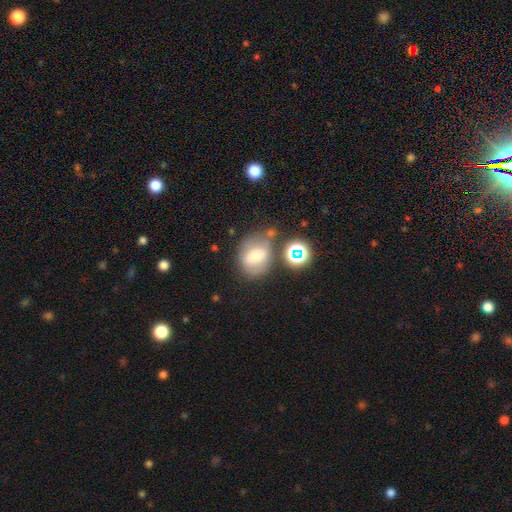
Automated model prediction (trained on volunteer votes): smooth_or_featured: smooth (p=0.54) [alt: featured or disk p=0.30]
how_rounded: in between (p=0.53) [alt: round p=0.45]
merging: none (p=0.54) [alt: minor disturbance p=0.22]